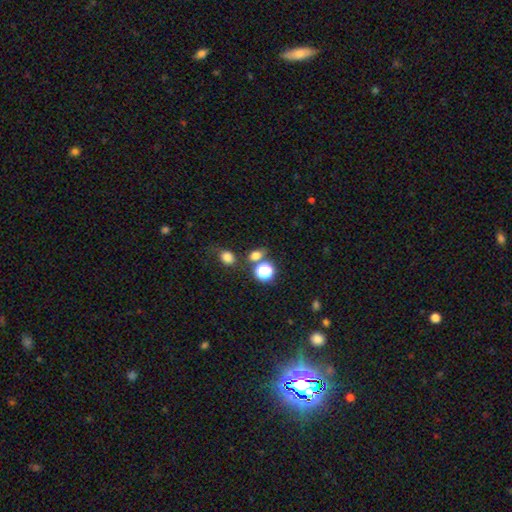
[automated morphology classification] Q: Smooth or featured?
A: smooth (71%); runner-up: star or artifact (22%)
Q: How rounded?
A: in between (50%); runner-up: round (48%)
Q: Merging?
A: none (65%); runner-up: merger (18%)